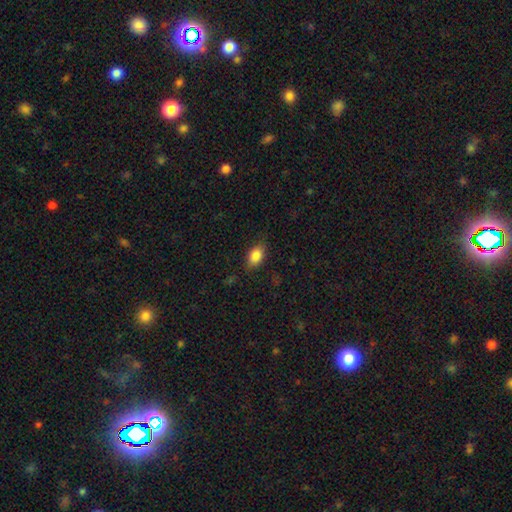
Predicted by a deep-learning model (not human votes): smooth_or_featured: smooth (p=0.84) [alt: star or artifact p=0.08]
how_rounded: in between (p=0.85) [alt: round p=0.12]
merging: none (p=0.82) [alt: minor disturbance p=0.14]